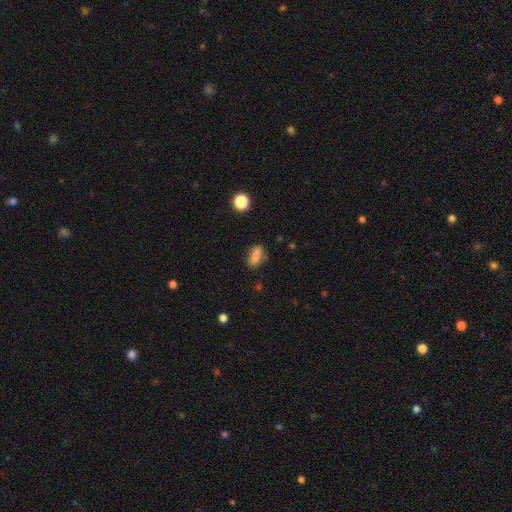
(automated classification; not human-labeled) Morphology: type=smooth (69%); roundness=in between (73%); merging=none (78%).